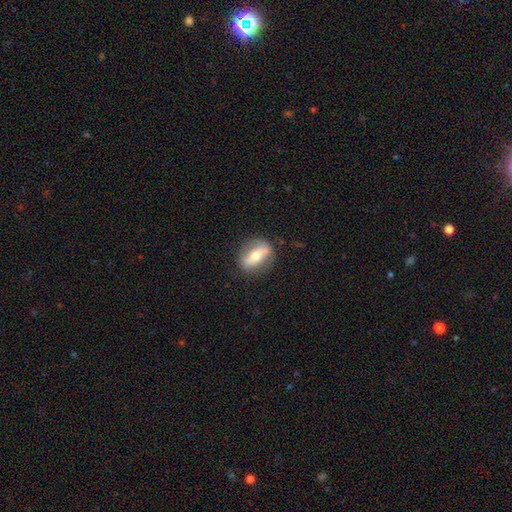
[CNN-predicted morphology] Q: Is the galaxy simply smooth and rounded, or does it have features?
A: featured or disk — 51%.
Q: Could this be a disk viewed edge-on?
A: no — 74%.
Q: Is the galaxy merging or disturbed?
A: none — 79%.